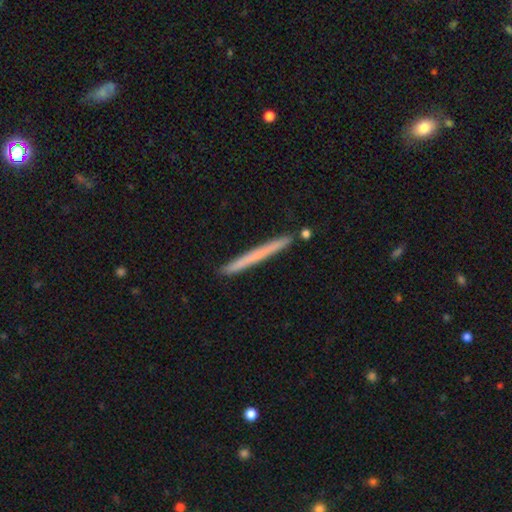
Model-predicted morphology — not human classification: This is possibly a smooth galaxy (57%). How rounded: clearly cigar-shaped (98%). Merging: clearly none (91%).